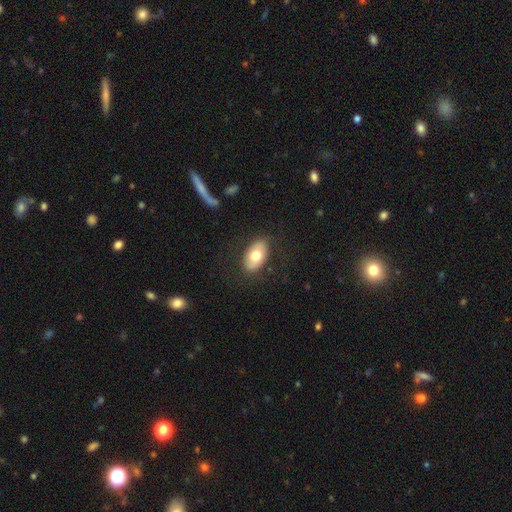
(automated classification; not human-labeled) Smooth or featured? smooth (69%)
How rounded? in between (92%)
Merging? none (83%)